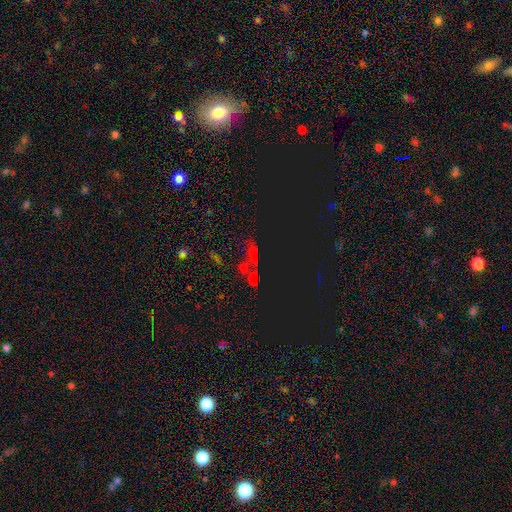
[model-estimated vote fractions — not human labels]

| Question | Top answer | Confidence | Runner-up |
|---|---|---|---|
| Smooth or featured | star or artifact | 66% | smooth (23%) |